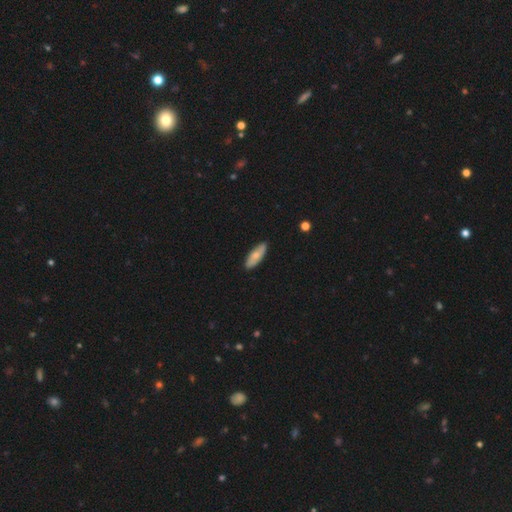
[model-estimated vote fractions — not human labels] Morphology: type=smooth (69%); roundness=in between (60%); merging=none (87%).